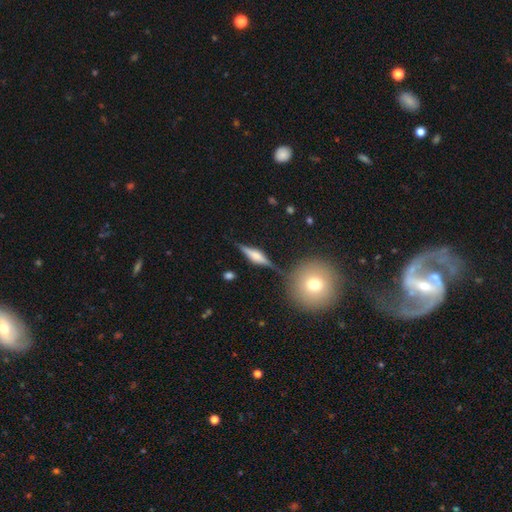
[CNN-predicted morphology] This is likely a featured or disk galaxy (68%). It is clearly viewed edge-on (96%). Edge-on bulge: likely rounded (76%). Merging: likely none (80%).